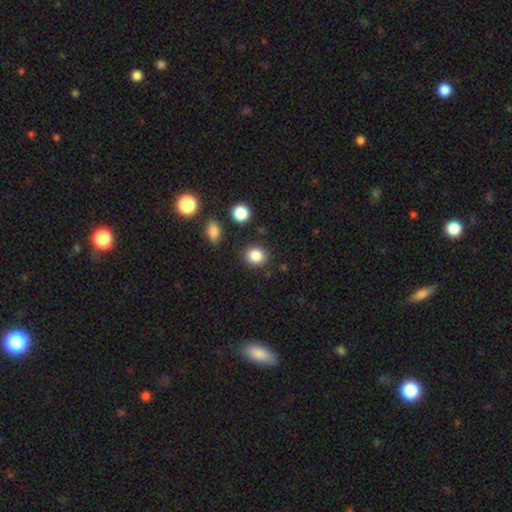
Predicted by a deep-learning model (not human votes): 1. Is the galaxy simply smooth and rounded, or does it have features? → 85% smooth, 10% star or artifact, 5% featured or disk.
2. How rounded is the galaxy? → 74% round, 25% in between, 1% cigar-shaped.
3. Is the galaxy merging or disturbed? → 85% none, 9% minor disturbance, 3% merger, 3% major disturbance.